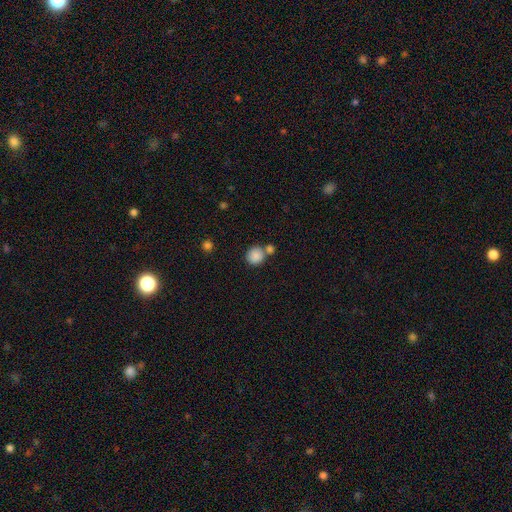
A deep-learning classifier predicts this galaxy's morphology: Smooth or featured? Predicted: smooth (p=0.86). How rounded? Predicted: round (p=0.88). Merging? Predicted: none (p=0.59).